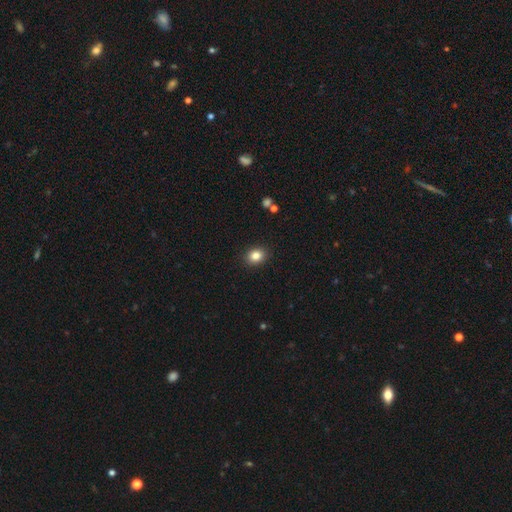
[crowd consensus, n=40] Smooth or featured? 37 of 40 (92%) said smooth. How rounded? 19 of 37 (51%) said round. Merging? 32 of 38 (84%) said none.